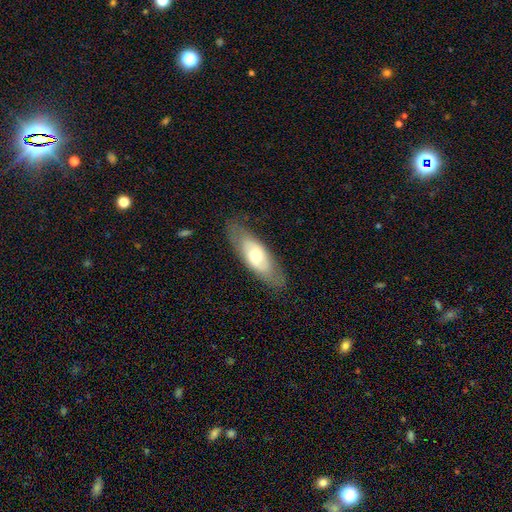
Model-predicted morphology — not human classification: smooth 49%, featured or disk 45%, star or artifact 6%. Down the decision tree: merging — none (79%).